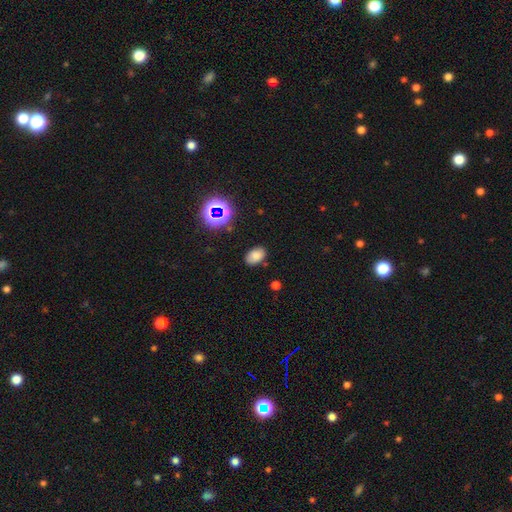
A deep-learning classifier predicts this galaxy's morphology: The model was most divided on "smooth or featured": smooth: 77%, star or artifact: 15%, featured or disk: 8%. More confident: how rounded — in between (88%); merging — none (81%).